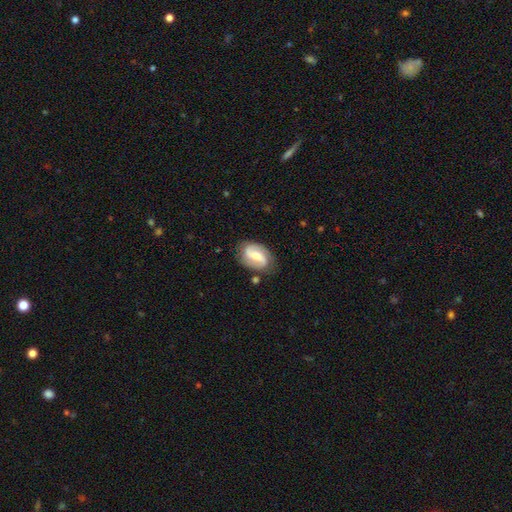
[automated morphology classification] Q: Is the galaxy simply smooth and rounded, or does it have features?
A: featured or disk — 76%.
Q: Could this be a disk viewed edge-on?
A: no — 97%.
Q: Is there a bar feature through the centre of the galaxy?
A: weak — 43%.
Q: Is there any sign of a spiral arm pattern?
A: yes — 93%.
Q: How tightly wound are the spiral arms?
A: medium — 44%.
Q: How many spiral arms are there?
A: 2 — 89%.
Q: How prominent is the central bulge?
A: moderate — 52%.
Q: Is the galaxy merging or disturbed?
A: none — 79%.